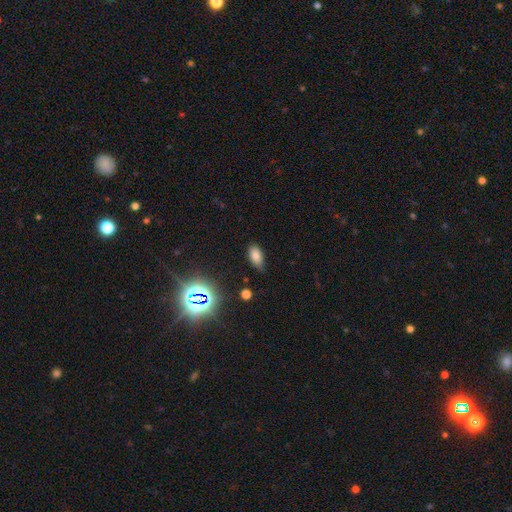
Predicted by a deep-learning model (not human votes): The model was most divided on "merging": none: 74%, minor disturbance: 20%, major disturbance: 4%, merger: 2%. More confident: how rounded — in between (90%); smooth or featured — smooth (76%).